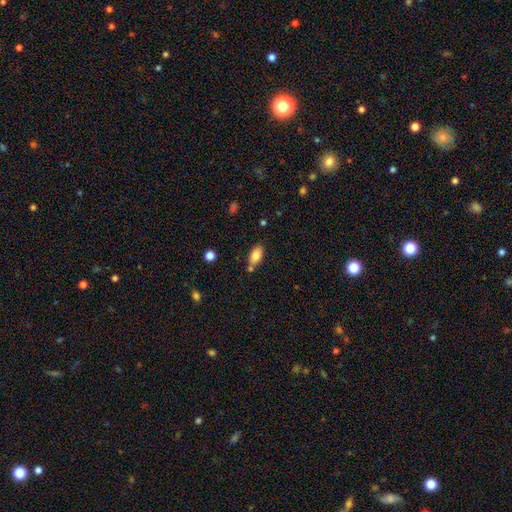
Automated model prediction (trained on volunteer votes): The model was most divided on "merging": none: 71%, minor disturbance: 15%, merger: 11%, major disturbance: 3%. More confident: how rounded — in between (91%); smooth or featured — smooth (82%).